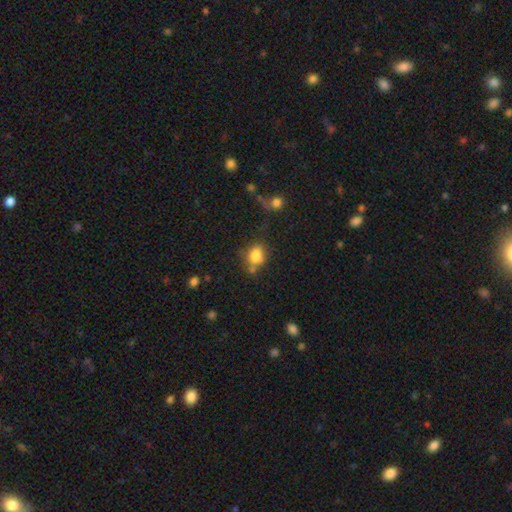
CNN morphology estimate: This appears to be a smooth galaxy with no disk features (81%) that is in between round and cigar-shaped (51%). Merging: none (59%).